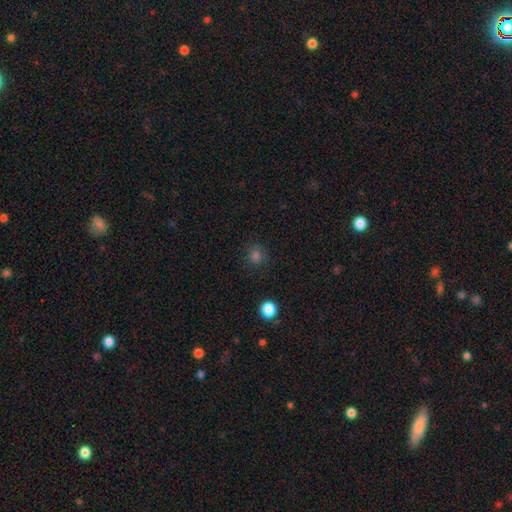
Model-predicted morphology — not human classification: A smooth galaxy with no disk features (73%) that is round (89%).

Vote fractions:
- Smooth or featured? smooth: 73% / star or artifact: 21% / featured or disk: 5%
- How rounded? round: 89% / in between: 10% / cigar-shaped: 1%
- Merging? none: 86% / minor disturbance: 9% / major disturbance: 3% / merger: 1%